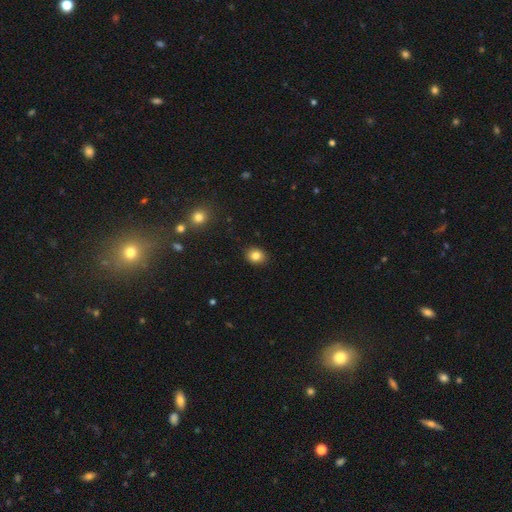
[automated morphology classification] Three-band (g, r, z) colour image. It shows a smooth galaxy with no disk features (83%) that is round (58%). Merging: none (90%).